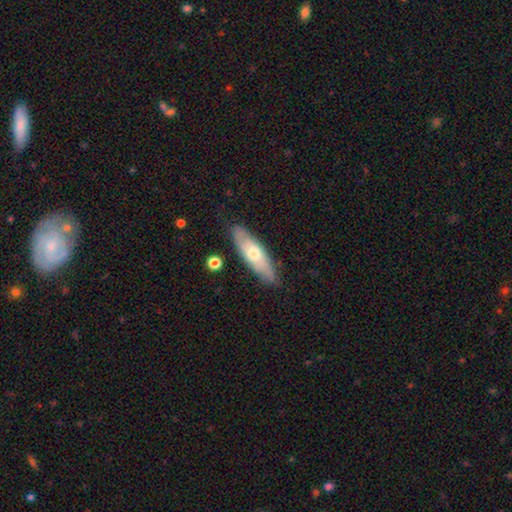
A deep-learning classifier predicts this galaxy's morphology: smooth 54%, featured or disk 40%, star or artifact 6%. Down the decision tree: how rounded — in between (49%, tied with cigar-shaped); merging — none (81%).